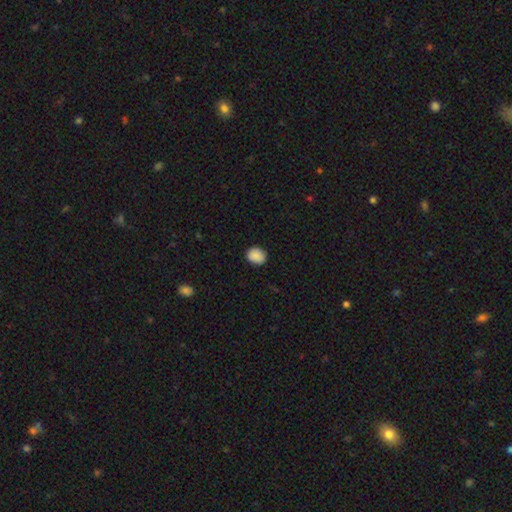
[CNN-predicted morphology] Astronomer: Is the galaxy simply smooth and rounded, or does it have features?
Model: smooth — 89%.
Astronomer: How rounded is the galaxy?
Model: round — 59% (runner-up: in between, 41%).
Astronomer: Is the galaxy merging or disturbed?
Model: none — 86%.